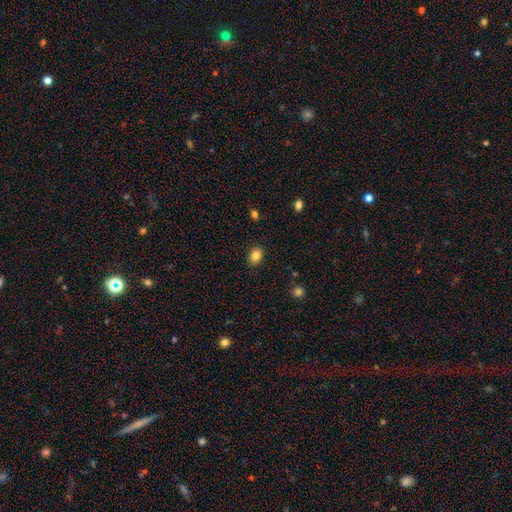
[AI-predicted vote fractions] A smooth galaxy with no disk features (84%) that is in between round and cigar-shaped (59%). Merging: none (88%).